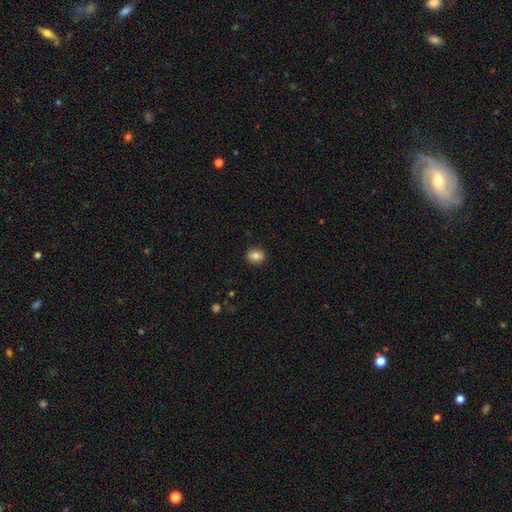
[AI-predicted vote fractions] A smooth galaxy with no disk features (83%) that is round (70%). Merging: none (91%).